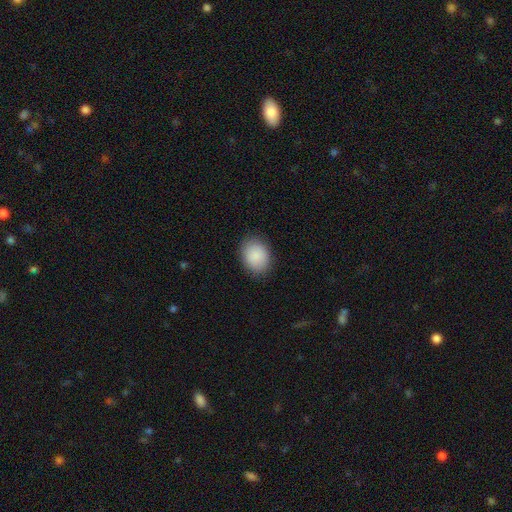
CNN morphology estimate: Overall: smooth (89%). How rounded: in between (52%; round 47%). Merging: none (86%).